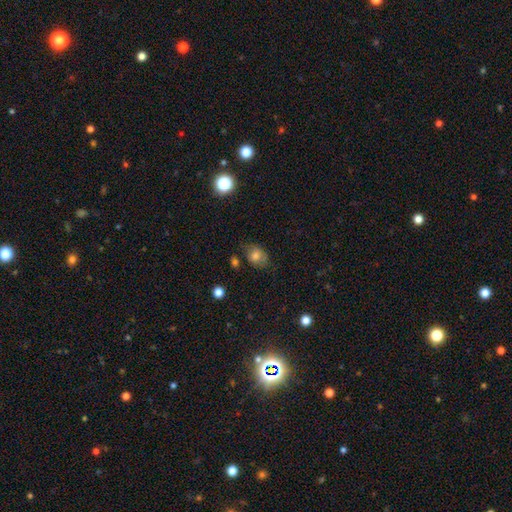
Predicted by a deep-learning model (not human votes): Smooth or featured?
  - smooth: 74% *
  - featured or disk: 15%
  - star or artifact: 11%
How rounded?
  - in between: 61% *
  - round: 38%
  - cigar-shaped: 1%
Merging?
  - none: 59% *
  - minor disturbance: 28%
  - major disturbance: 9%
  - merger: 4%